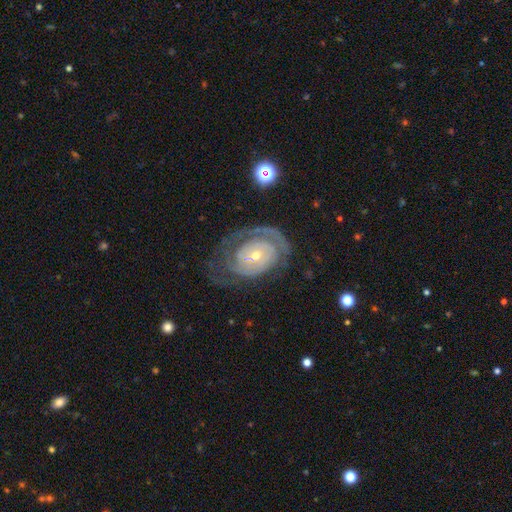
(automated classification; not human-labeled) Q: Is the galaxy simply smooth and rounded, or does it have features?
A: featured or disk — 85%.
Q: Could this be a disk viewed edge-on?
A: no — 97%.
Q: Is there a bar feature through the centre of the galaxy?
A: no — 55%.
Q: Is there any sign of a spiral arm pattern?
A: yes — 89%.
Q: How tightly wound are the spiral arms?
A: tight — 68%.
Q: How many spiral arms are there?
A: can't tell — 35%, tied with 2.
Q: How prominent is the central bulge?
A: small — 63%.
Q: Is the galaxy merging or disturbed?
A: none — 57%.